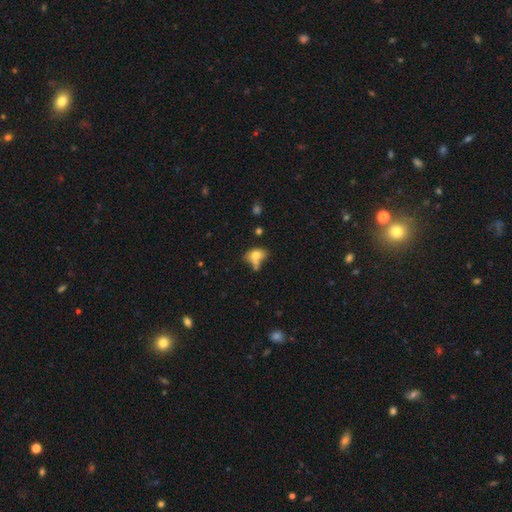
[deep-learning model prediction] Smooth or featured? smooth (72%)
How rounded? in between (70%)
Merging? none (40%)